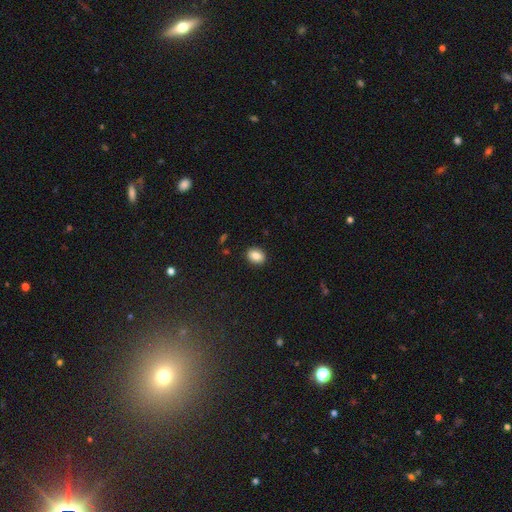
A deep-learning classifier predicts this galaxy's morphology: type=smooth (86%); roundness=in between (62%); merging=none (90%).